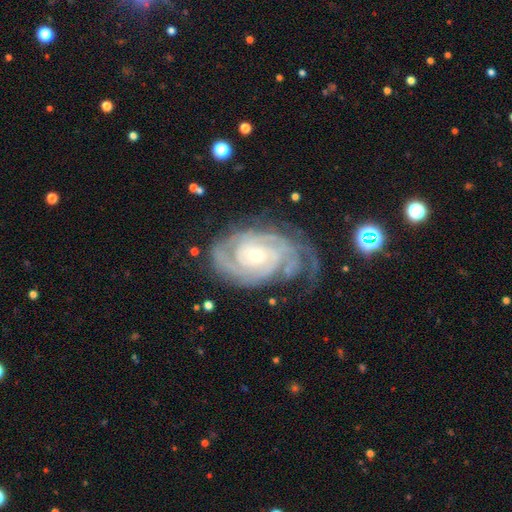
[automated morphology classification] The model was most divided on "spiral arm count": 2: 28%, can't tell: 24%, 3: 23%, 4: 13%, more than 4: 7%, 1: 6%. More confident: spiral arms — yes (98%); edge-on disk — no (97%); smooth or featured — featured or disk (90%); spiral winding — tight (75%); bar — no (69%); bulge size — small (61%); merging — none (58%).